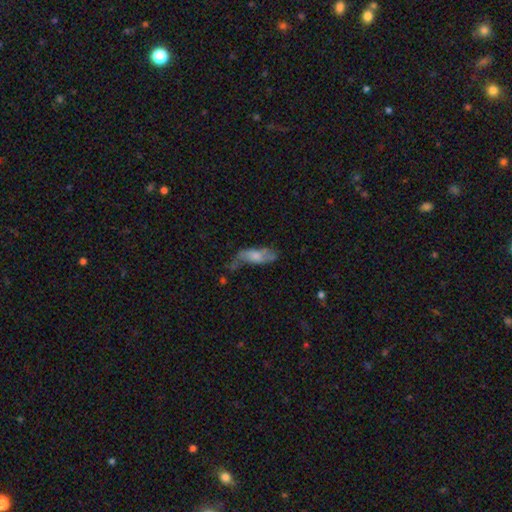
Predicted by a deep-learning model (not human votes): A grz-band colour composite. It shows a smooth galaxy with no disk features (54%) that is in between round and cigar-shaped (70%). Merging: none (39%).